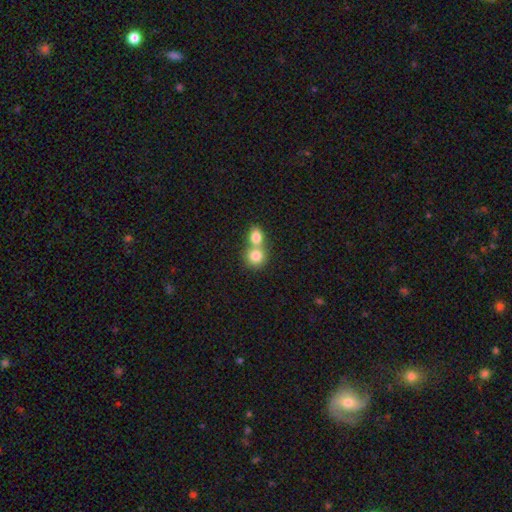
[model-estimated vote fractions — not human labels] A smooth galaxy with no disk features (80%) that is round (79%).

Vote fractions:
- Smooth or featured? smooth: 80% / featured or disk: 10% / star or artifact: 9%
- How rounded? round: 79% / in between: 20% / cigar-shaped: 1%
- Merging? merger: 63% / none: 31% / minor disturbance: 5% / major disturbance: 2%